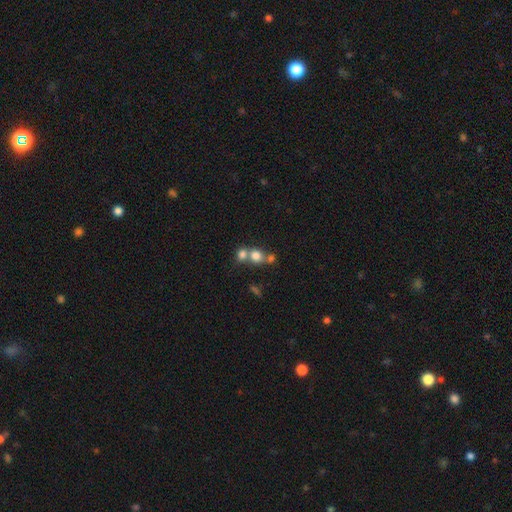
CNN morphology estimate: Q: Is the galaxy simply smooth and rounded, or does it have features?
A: smooth — 75%.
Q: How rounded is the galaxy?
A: round — 74%.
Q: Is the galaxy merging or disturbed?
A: merger — 54%.